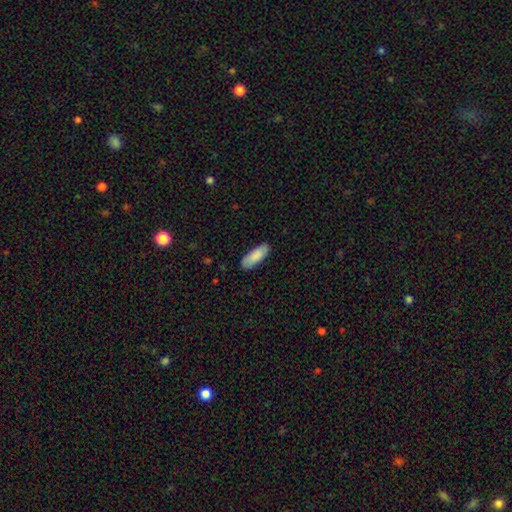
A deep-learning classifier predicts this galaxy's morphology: Overall: smooth (88%). How rounded: in between (69%; cigar-shaped 30%). Merging: none (85%).